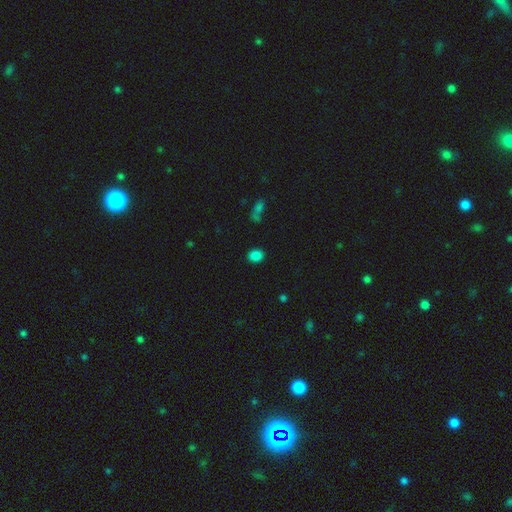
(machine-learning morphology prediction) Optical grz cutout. It shows a smooth galaxy with no disk features (84%) that is in between round and cigar-shaped (51%). Merging: none (87%).